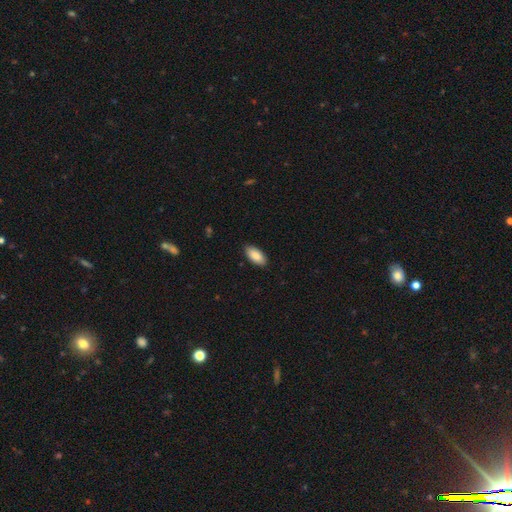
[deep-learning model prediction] This is clearly a smooth galaxy (87%). How rounded: clearly in between (92%). Merging: clearly none (88%).